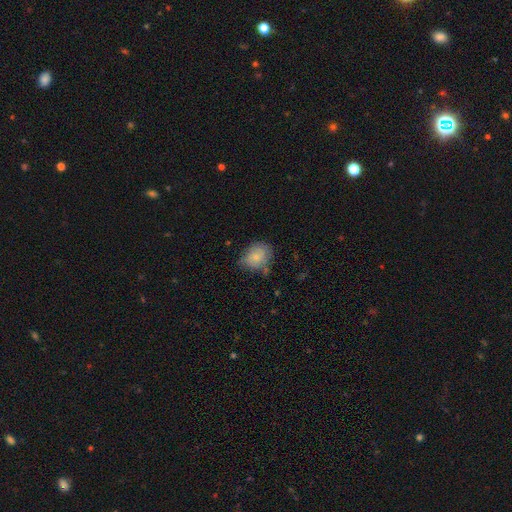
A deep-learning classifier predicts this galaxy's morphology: This is likely a smooth galaxy (77%). How rounded: possibly in between (53%). Merging: possibly none (58%).